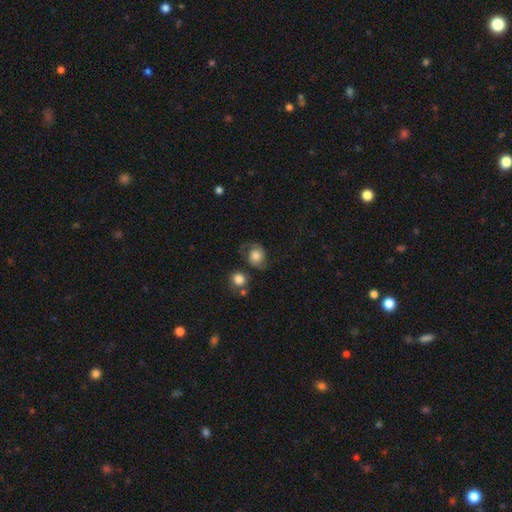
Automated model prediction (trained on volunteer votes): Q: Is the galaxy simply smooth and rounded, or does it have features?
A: featured or disk — 57%.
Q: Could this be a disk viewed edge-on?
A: no — 97%.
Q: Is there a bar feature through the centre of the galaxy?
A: no — 76%.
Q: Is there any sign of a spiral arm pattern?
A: yes — 91%.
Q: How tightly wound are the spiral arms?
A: medium — 43%.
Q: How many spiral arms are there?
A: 2 — 89%.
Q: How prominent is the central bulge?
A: large — 39%, tied with moderate.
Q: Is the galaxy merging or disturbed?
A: none — 62%.